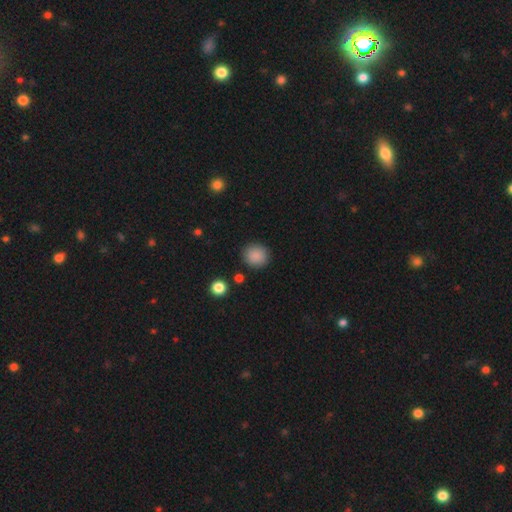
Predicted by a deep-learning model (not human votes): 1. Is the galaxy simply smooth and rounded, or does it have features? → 88% smooth, 9% star or artifact, 4% featured or disk.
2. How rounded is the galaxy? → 88% round, 11% in between, 1% cigar-shaped.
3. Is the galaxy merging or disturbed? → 89% none, 7% minor disturbance, 2% major disturbance, 2% merger.